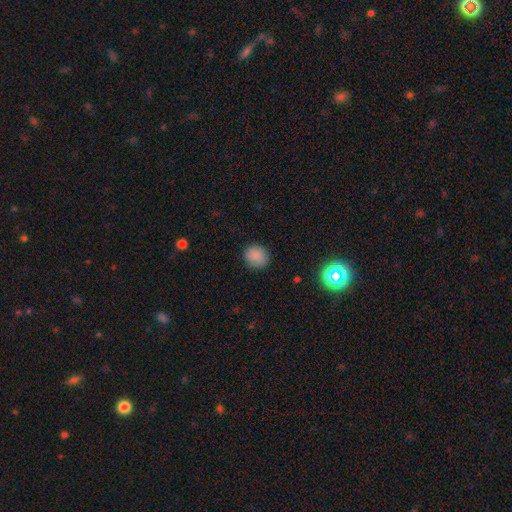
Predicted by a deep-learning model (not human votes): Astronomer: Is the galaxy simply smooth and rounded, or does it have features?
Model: smooth — 85%.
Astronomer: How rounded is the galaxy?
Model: round — 78%.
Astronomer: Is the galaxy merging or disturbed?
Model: none — 86%.